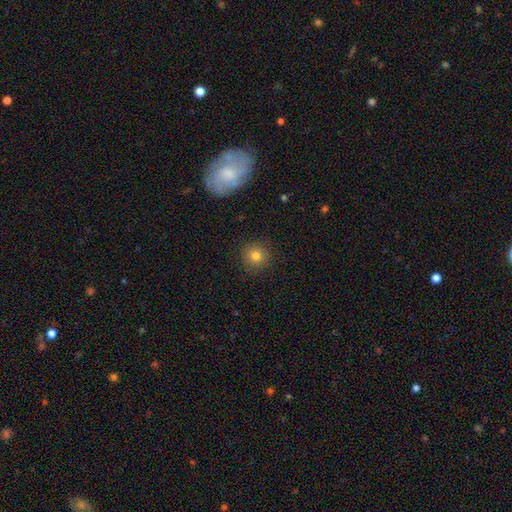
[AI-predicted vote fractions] smooth 80%, star or artifact 12%, featured or disk 8%. Down the decision tree: how rounded — round (94%); merging — none (90%).